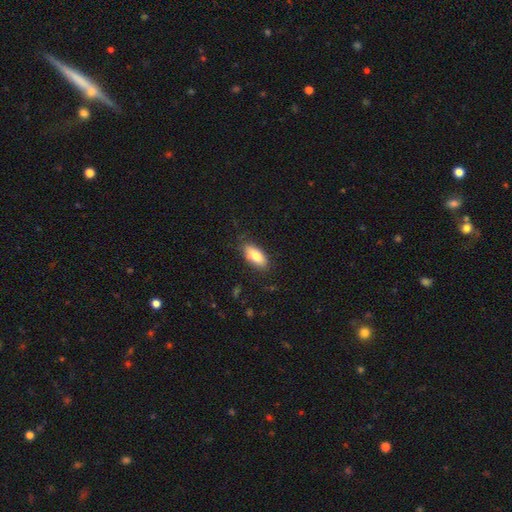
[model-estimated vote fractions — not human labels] Smooth or featured? Predicted: smooth (p=0.79). How rounded? Predicted: in between (p=0.84). Merging? Predicted: none (p=0.82).